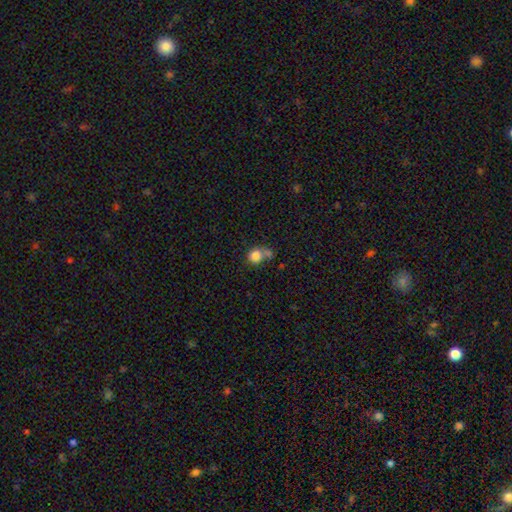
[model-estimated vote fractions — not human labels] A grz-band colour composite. It shows a smooth galaxy with no disk features (82%) that is round (81%). Merging: none (43%).